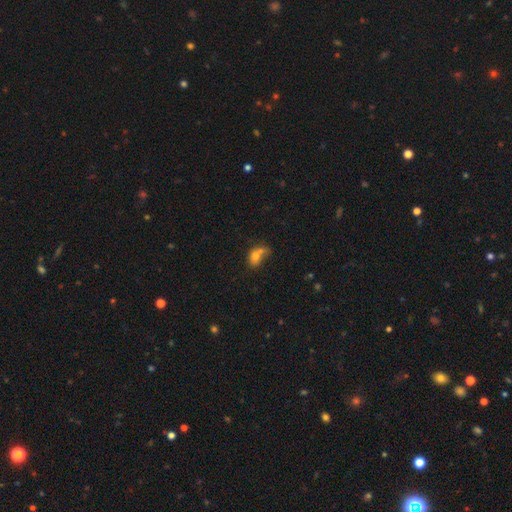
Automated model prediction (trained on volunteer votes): smooth 71%, featured or disk 18%, star or artifact 11%. Down the decision tree: how rounded — in between (61%); merging — merger (52%).